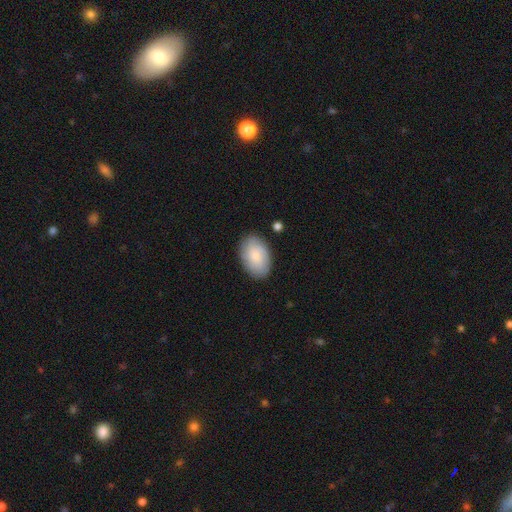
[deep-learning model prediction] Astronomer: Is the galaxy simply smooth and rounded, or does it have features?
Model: smooth — 73%.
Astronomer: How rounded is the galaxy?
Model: in between — 91%.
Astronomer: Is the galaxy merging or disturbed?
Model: none — 84%.